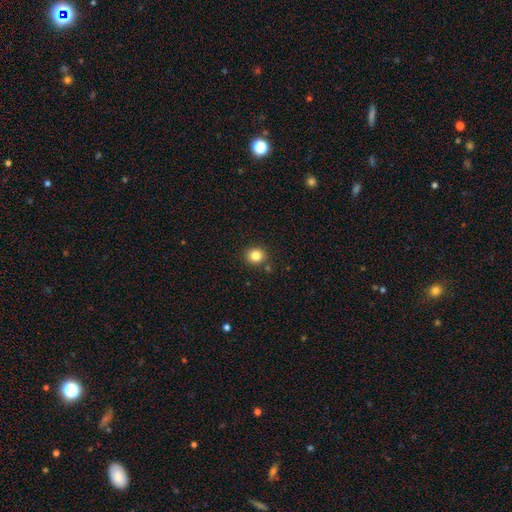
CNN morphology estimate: A smooth galaxy with no disk features (83%) that is round (83%).

Vote fractions:
- Smooth or featured? smooth: 83% / star or artifact: 12% / featured or disk: 6%
- How rounded? round: 83% / in between: 16% / cigar-shaped: 1%
- Merging? none: 85% / minor disturbance: 8% / merger: 5% / major disturbance: 2%